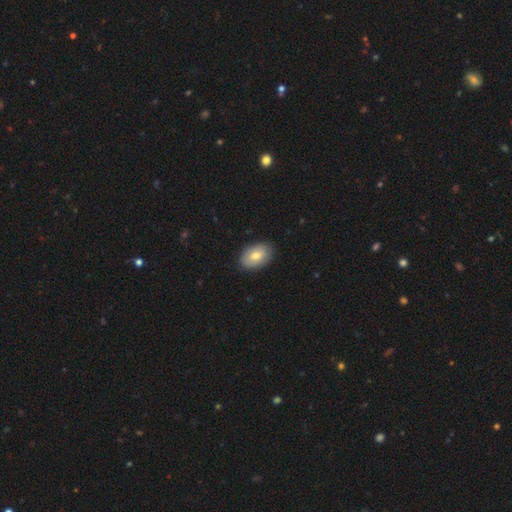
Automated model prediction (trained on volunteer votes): Overall: smooth (72%). How rounded: in between (90%). Merging: none (87%).